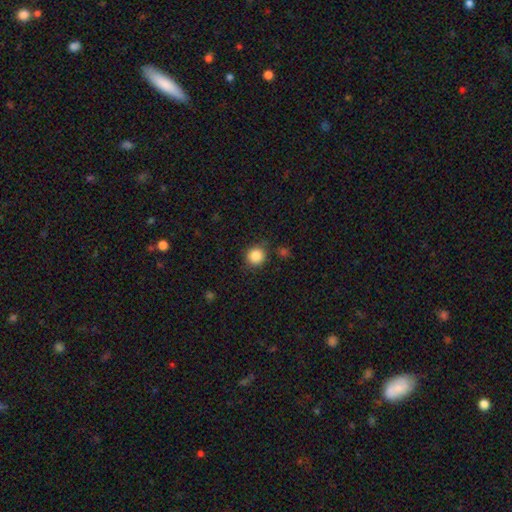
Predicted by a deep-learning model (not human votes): smooth 85%, star or artifact 10%, featured or disk 4%. Down the decision tree: how rounded — round (91%); merging — none (83%).